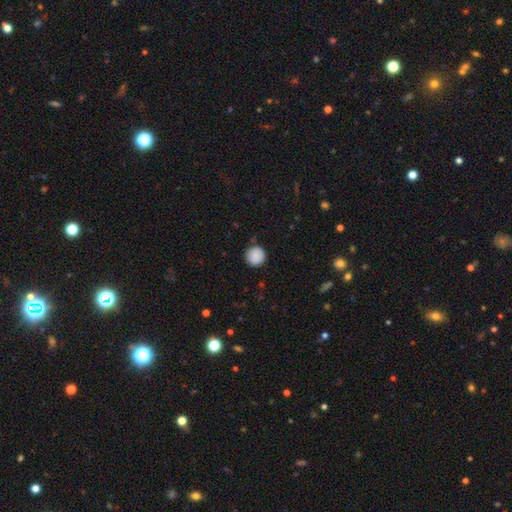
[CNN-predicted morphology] smooth-or-featured: smooth: 88% | star or artifact: 8% | featured or disk: 4%
  how-rounded: round: 94% | in between: 5% | cigar-shaped: 1%
  merging: none: 85% | minor disturbance: 11% | major disturbance: 3% | merger: 1%